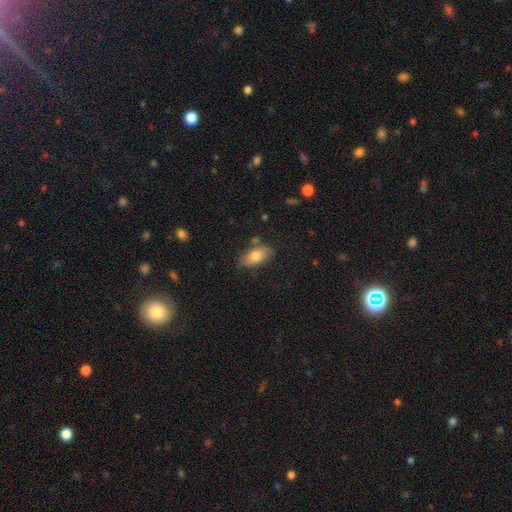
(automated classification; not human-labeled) smooth 75%, featured or disk 18%, star or artifact 7%. Down the decision tree: how rounded — in between (89%); merging — none (76%).